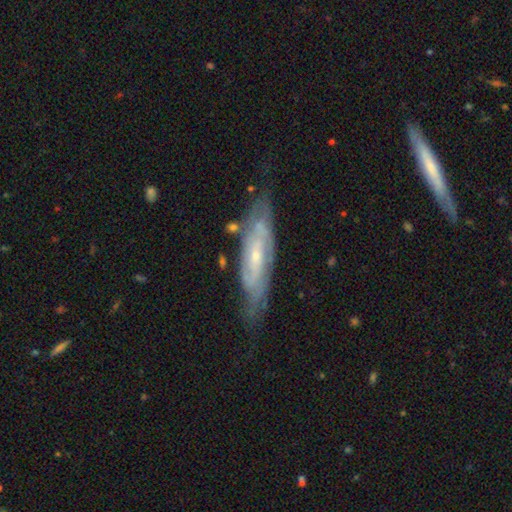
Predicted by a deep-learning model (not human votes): Morphology: type=featured or disk (79%); edge-on=no (74%); bar=no (42%, tied with weak); spiral arms=yes (88%); winding=tight (55%); arm count=2 (43%); bulge=small (66%); merging=none (69%).